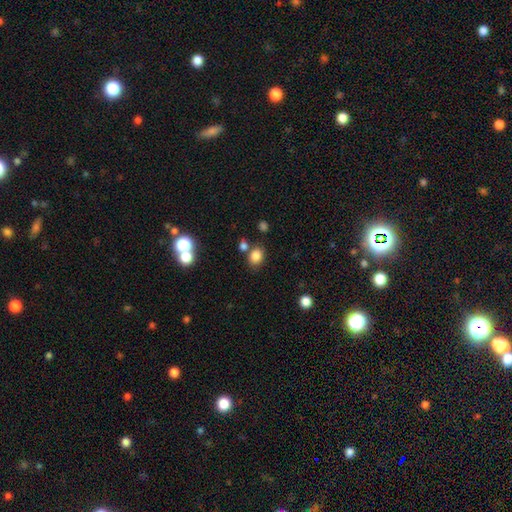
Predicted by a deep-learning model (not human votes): Smooth or featured?
  - smooth: 83% *
  - star or artifact: 12%
  - featured or disk: 6%
How rounded?
  - round: 50% *
  - in between: 49%
  - cigar-shaped: 1%
Merging?
  - none: 70% *
  - merger: 14%
  - minor disturbance: 12%
  - major disturbance: 4%